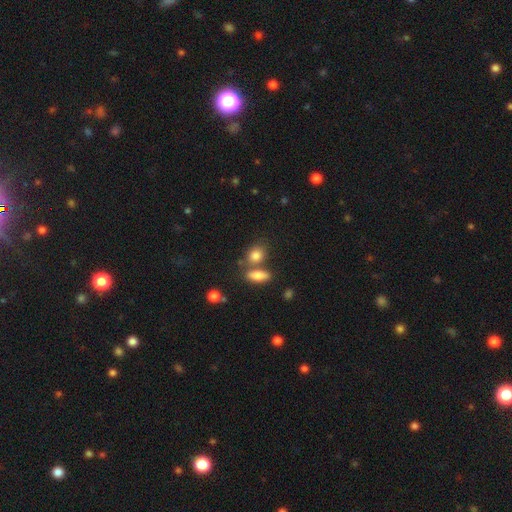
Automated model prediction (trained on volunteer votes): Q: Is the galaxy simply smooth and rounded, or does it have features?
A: smooth — 83%.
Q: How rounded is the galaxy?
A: in between — 58%.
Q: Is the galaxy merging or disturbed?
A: none — 55%.